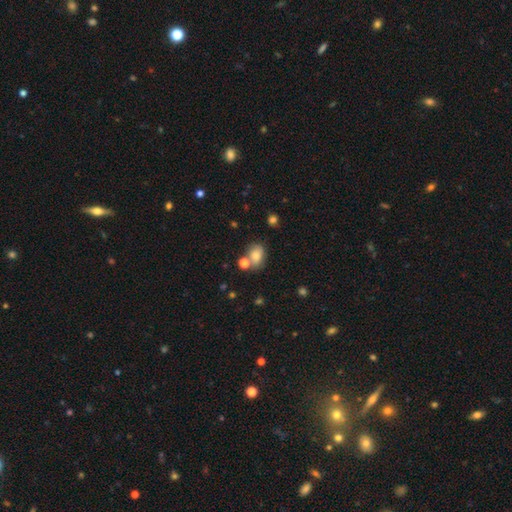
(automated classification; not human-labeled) This appears to be a smooth galaxy with no disk features (78%) that is in between round and cigar-shaped (74%). Merging: none (56%).